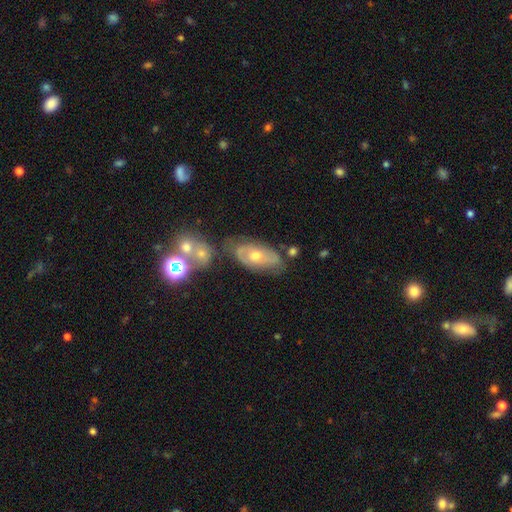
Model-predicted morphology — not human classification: smooth-or-featured: featured or disk: 59% | smooth: 31% | star or artifact: 9%
  disk-edge-on: no: 90% | yes: 10%
    bar: no: 80% | weak: 16% | strong: 4%
    has-spiral-arms: yes: 52% | no: 48%
    bulge-size: moderate: 72% | small: 21% | large: 4% | none: 1% | dominant: 1%
  merging: none: 59% | minor disturbance: 22% | merger: 10% | major disturbance: 9%